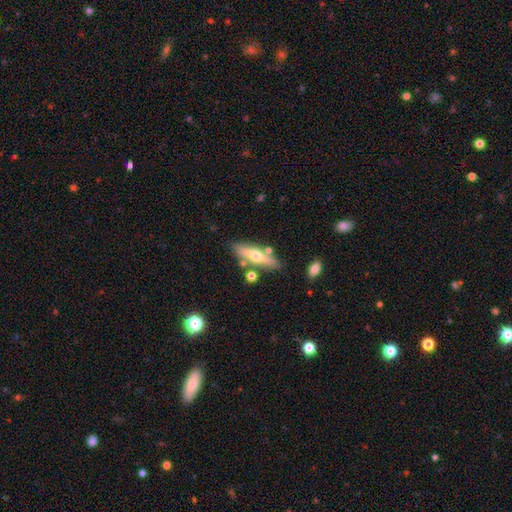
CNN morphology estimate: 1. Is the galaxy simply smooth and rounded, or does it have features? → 49% featured or disk, 44% smooth, 6% star or artifact.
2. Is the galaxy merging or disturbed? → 79% none, 12% minor disturbance, 7% merger, 3% major disturbance.